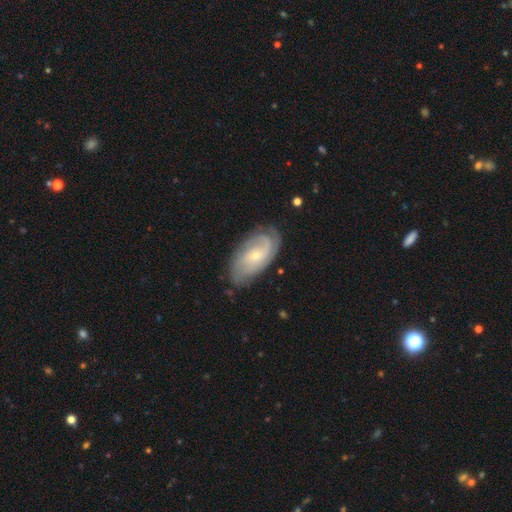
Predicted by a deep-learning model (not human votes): This is likely a featured or disk galaxy (77%). It is clearly not viewed edge-on (95%). Bar: likely no (69%). Spiral arm pattern: clearly yes (93%). Spiral arm count: marginally 2 (40%). Spiral winding: possibly tight (54%). Central bulge: likely small (74%). Merging: likely none (74%).